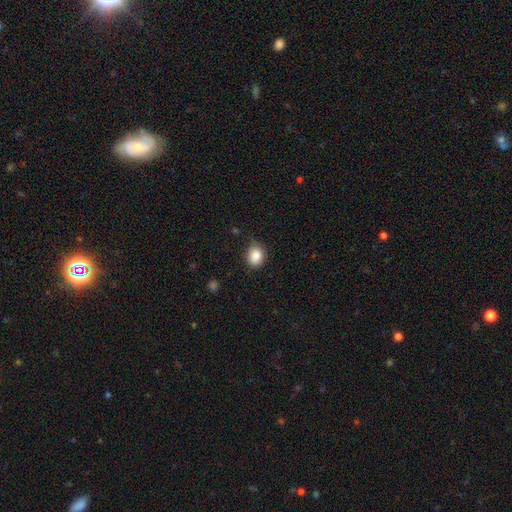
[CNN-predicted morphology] The model was most divided on "how rounded": round: 57%, in between: 42%, cigar-shaped: 1%. More confident: smooth or featured — smooth (86%); merging — none (70%).